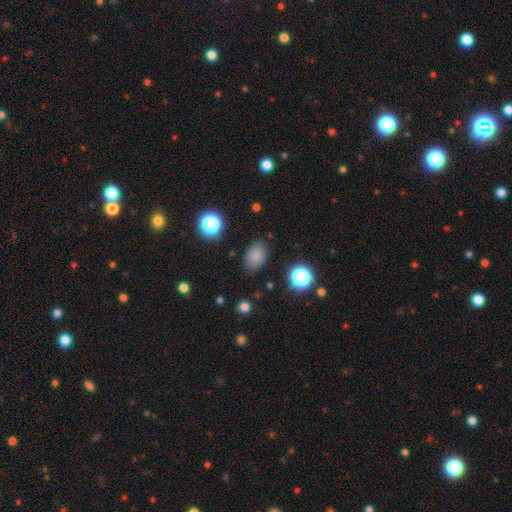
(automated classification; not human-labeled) A smooth galaxy with no disk features (80%) that is in between round and cigar-shaped (80%). Merging: none (78%).